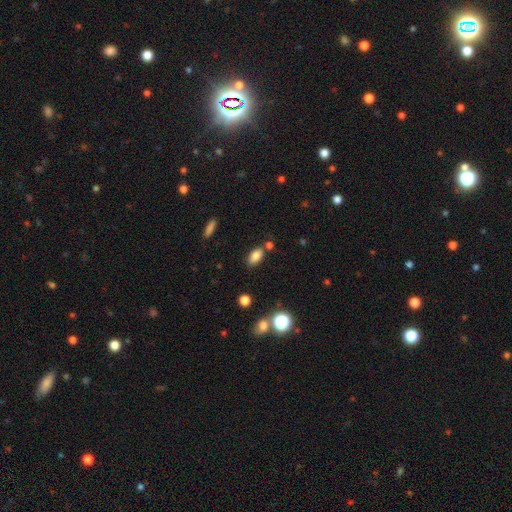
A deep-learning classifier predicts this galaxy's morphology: This appears to be a smooth galaxy with no disk features (82%) that is in between round and cigar-shaped (90%). Merging: none (72%).